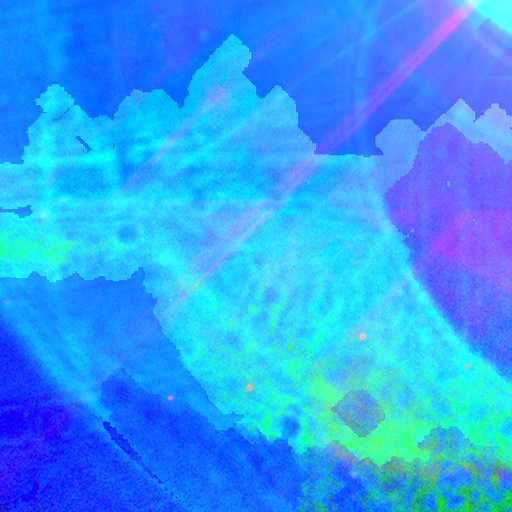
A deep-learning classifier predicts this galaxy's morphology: Overall: star or artifact (85%).